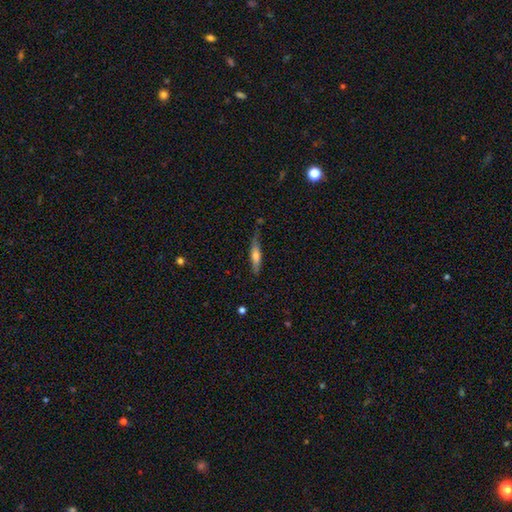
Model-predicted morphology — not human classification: This appears to be a smooth galaxy with no disk features (52%) that is cigar-shaped (79%). Merging: none (64%).